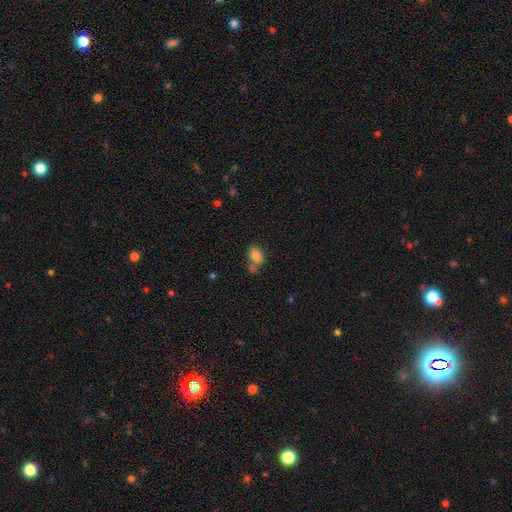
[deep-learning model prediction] This is clearly a smooth galaxy (82%). How rounded: clearly in between (83%). Merging: possibly none (54%).